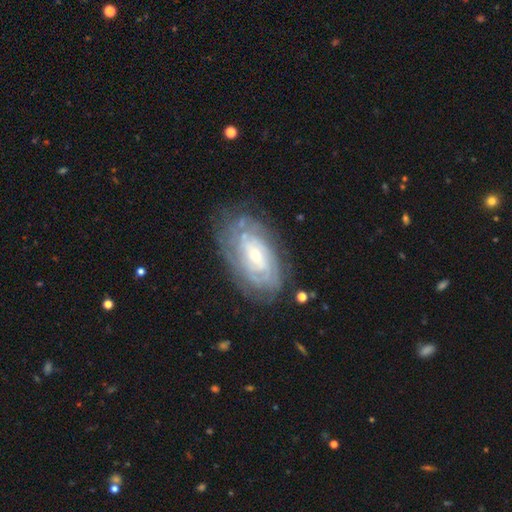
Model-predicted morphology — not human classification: Overall: featured or disk (80%). Edge-on disk: no (94%). Bar: no (56%; weak 34%). Spiral arms: yes (90%). Spiral arm count: can't tell (54%; 2 15%). Spiral winding: tight (75%). Bulge size: small (56%; moderate 38%). Merging: none (72%).